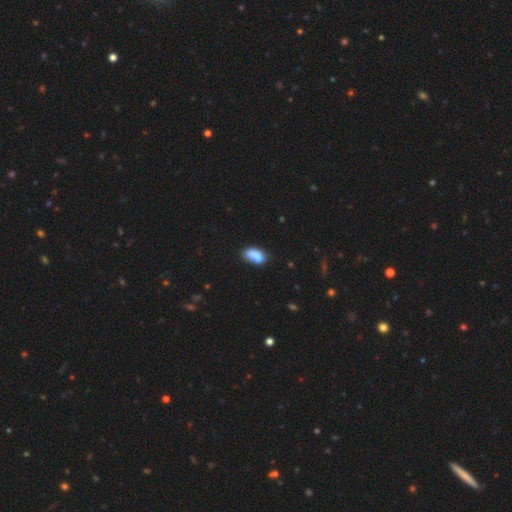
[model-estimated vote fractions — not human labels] Morphology: type=smooth (79%); roundness=in between (89%); merging=none (42%).